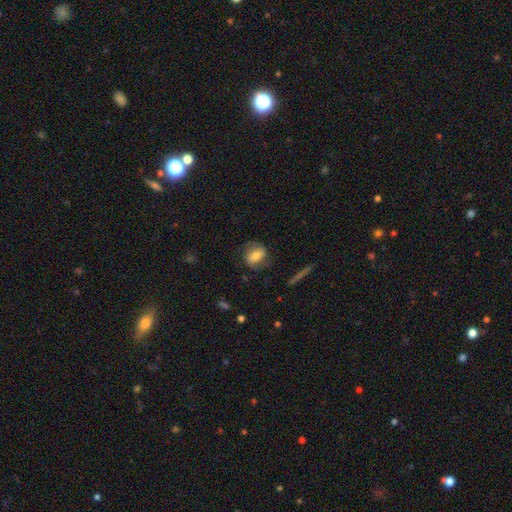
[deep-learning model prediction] smooth-or-featured: smooth: 57% | featured or disk: 35% | star or artifact: 8%
  how-rounded: in between: 60% | round: 37% | cigar-shaped: 3%
  merging: none: 71% | minor disturbance: 18% | major disturbance: 9% | merger: 2%